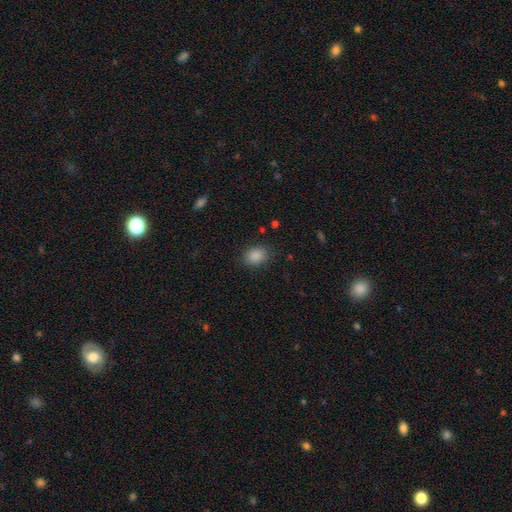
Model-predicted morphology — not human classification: smooth_or_featured: smooth (p=0.88) [alt: star or artifact p=0.09]
how_rounded: in between (p=0.67) [alt: round p=0.32]
merging: none (p=0.84) [alt: minor disturbance p=0.11]